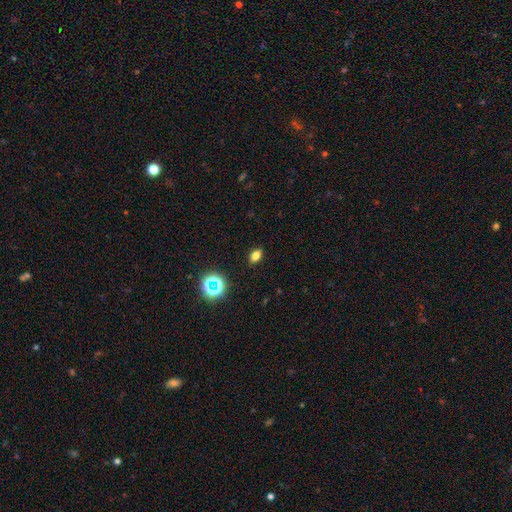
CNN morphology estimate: smooth 73%, star or artifact 19%, featured or disk 9%. Down the decision tree: how rounded — in between (80%); merging — none (88%).